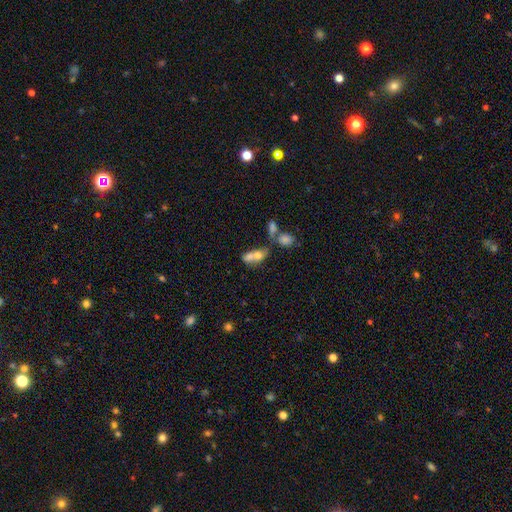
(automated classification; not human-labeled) Smooth or featured?
  - smooth: 63% *
  - featured or disk: 26%
  - star or artifact: 11%
How rounded?
  - in between: 75% *
  - cigar-shaped: 14%
  - round: 11%
Merging?
  - merger: 52% *
  - none: 26%
  - minor disturbance: 13%
  - major disturbance: 10%